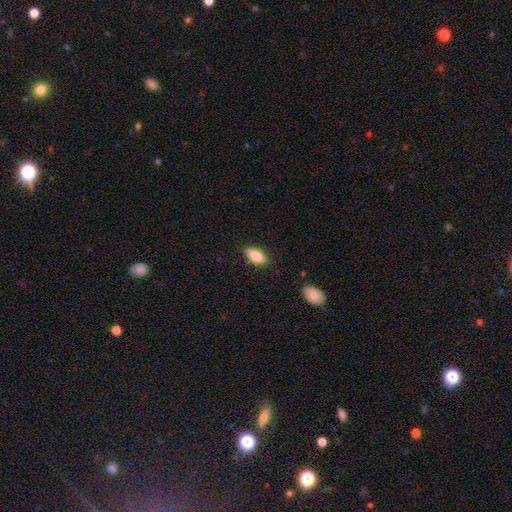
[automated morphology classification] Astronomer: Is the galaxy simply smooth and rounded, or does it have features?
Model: smooth — 81%.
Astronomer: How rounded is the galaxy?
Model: in between — 89%.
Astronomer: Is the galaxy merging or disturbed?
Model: none — 85%.